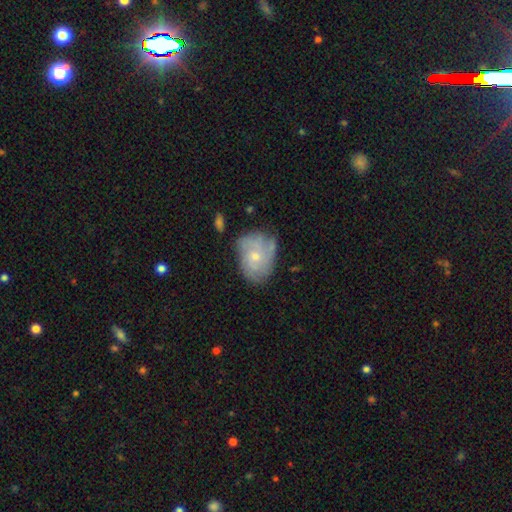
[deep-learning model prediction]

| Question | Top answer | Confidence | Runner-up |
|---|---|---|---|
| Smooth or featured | featured or disk | 61% | smooth (32%) |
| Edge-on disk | no | 97% | yes (3%) |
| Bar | no | 81% | weak (16%) |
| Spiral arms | yes | 76% | no (24%) |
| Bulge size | small | 65% | moderate (32%) |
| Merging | none | 55% | minor disturbance (29%) |